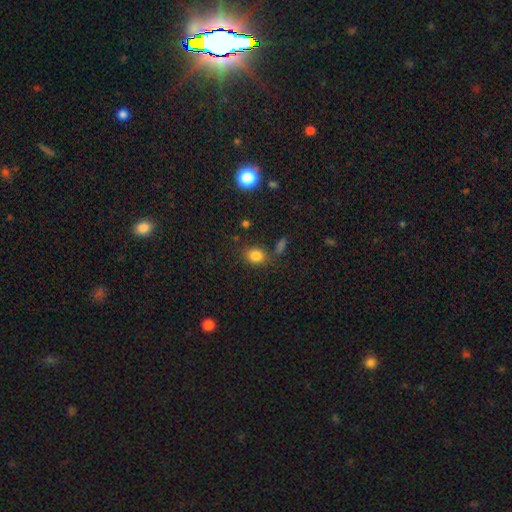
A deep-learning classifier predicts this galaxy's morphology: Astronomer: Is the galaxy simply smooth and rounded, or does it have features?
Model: smooth — 82%.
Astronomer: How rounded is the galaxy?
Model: in between — 56% (runner-up: round, 43%).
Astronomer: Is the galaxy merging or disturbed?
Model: none — 76%.